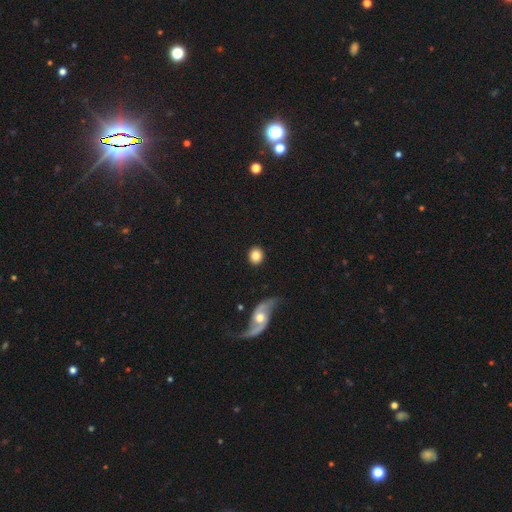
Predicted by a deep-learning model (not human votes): Morphology: type=smooth (83%); roundness=round (84%); merging=none (89%).